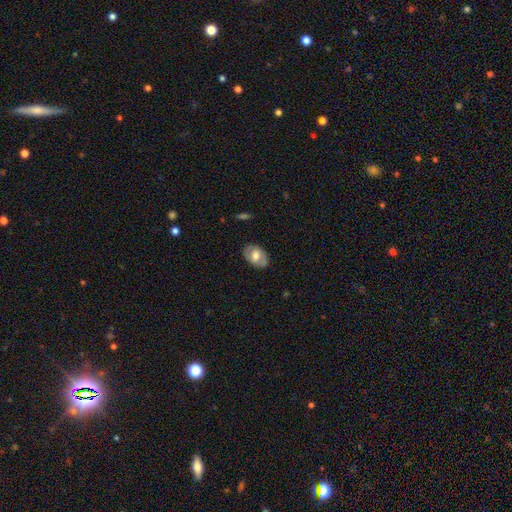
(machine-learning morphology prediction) Smooth or featured? Predicted: smooth (p=0.56). How rounded? Predicted: in between (p=0.85). Merging? Predicted: none (p=0.82).